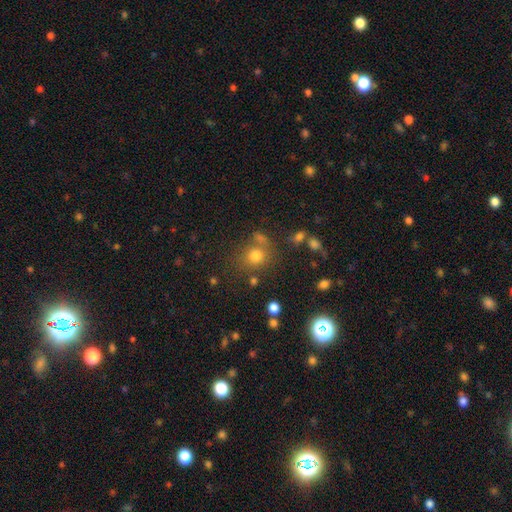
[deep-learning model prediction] Q: Smooth or featured?
A: smooth (72%); runner-up: star or artifact (19%)
Q: How rounded?
A: round (82%); runner-up: in between (17%)
Q: Merging?
A: none (68%); runner-up: merger (15%)